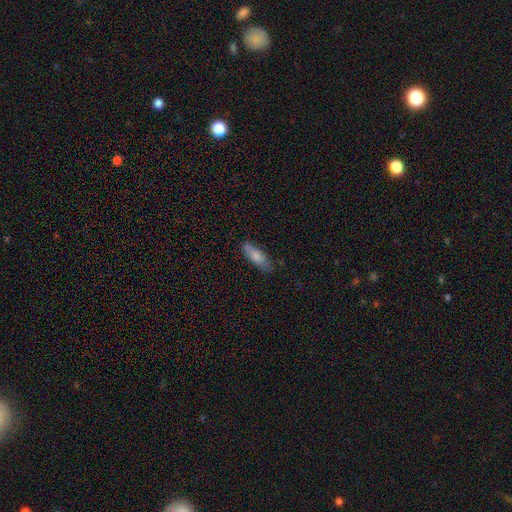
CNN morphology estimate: Smooth or featured? smooth (78%)
How rounded? in between (56%)
Merging? none (75%)